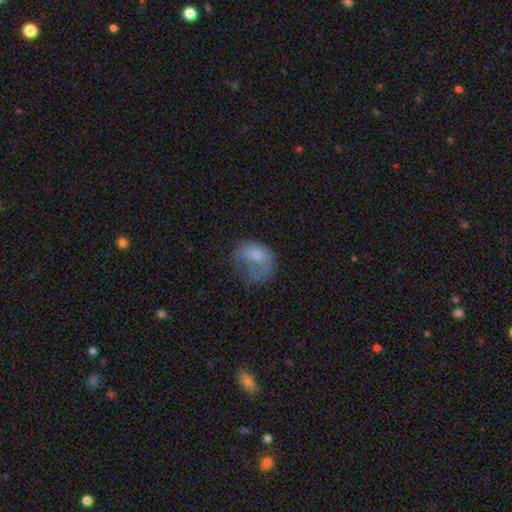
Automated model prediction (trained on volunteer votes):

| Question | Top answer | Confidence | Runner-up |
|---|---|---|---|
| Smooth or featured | smooth | 64% | featured or disk (27%) |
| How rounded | in between | 60% | round (39%) |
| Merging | major disturbance | 48% | minor disturbance (25%) |